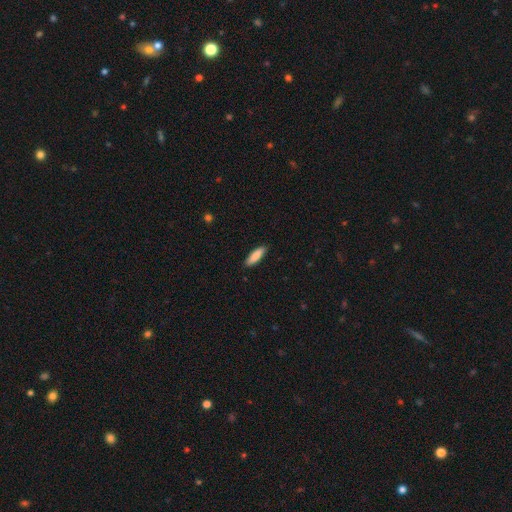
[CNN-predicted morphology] Smooth or featured? Predicted: smooth (p=0.85). How rounded? Predicted: cigar-shaped (p=0.59). Merging? Predicted: none (p=0.88).